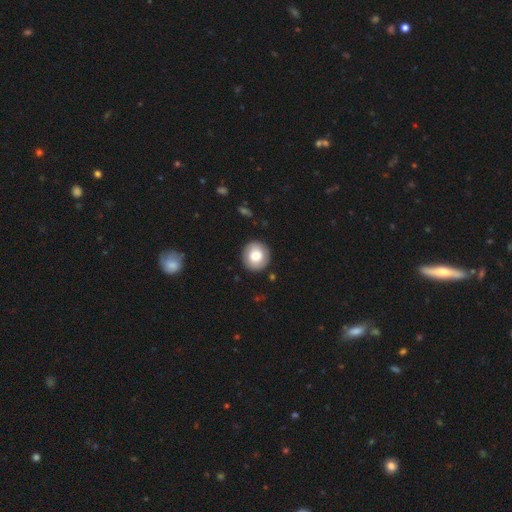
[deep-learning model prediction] smooth 75%, featured or disk 18%, star or artifact 7%. Down the decision tree: how rounded — round (91%); merging — none (89%).